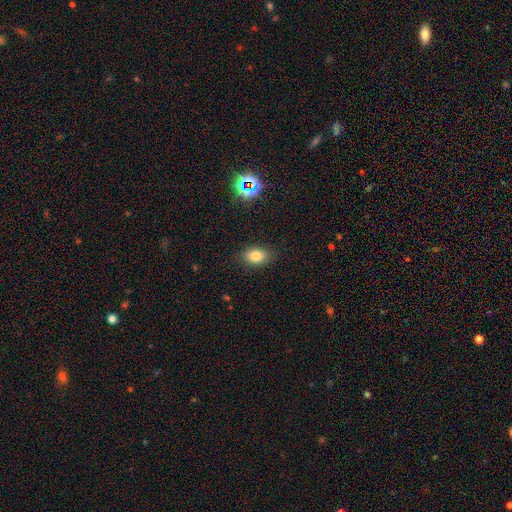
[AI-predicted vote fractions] Smooth or featured? smooth (79%)
How rounded? in between (79%)
Merging? none (85%)